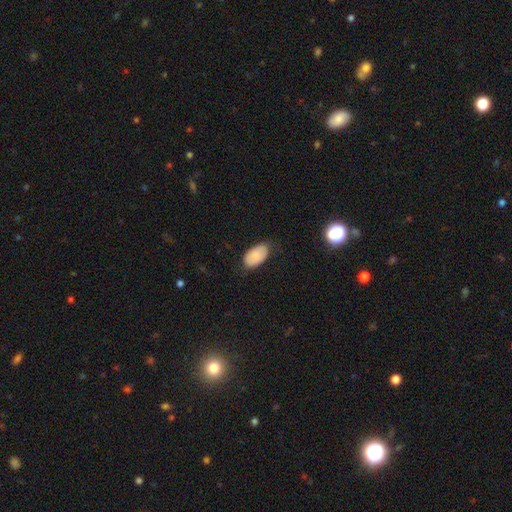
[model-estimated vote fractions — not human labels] Overall: smooth (84%). How rounded: in between (95%). Merging: none (75%).